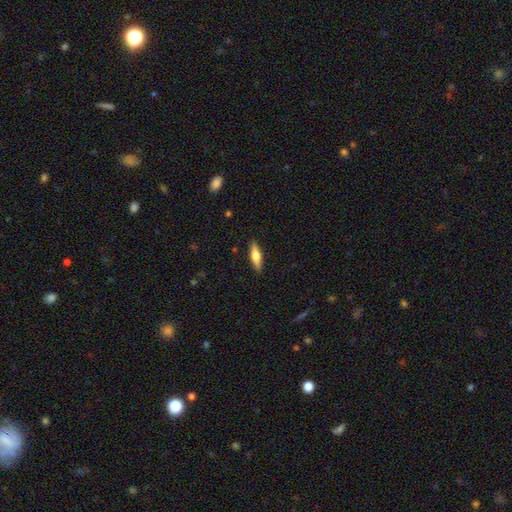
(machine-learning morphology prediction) A smooth galaxy with no disk features (59%) that is cigar-shaped (60%).

Vote fractions:
- Smooth or featured? smooth: 59% / featured or disk: 36% / star or artifact: 6%
- How rounded? cigar-shaped: 60% / in between: 38% / round: 2%
- Merging? none: 90% / minor disturbance: 8% / major disturbance: 2% / merger: 1%